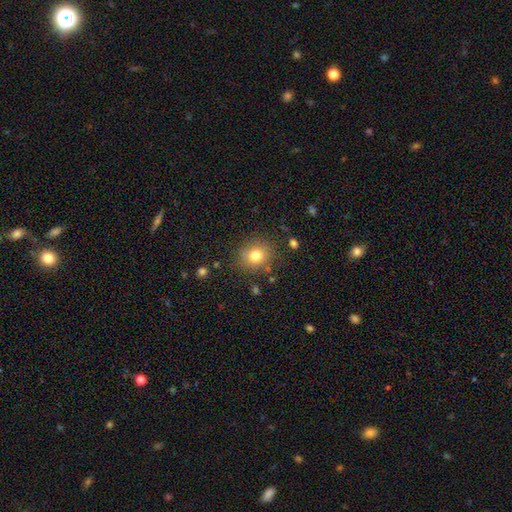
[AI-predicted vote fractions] Smooth or featured: smooth — 78% (star or artifact — 13%)
How rounded: round — 82% (in between — 17%)
Merging: none — 83% (minor disturbance — 10%)